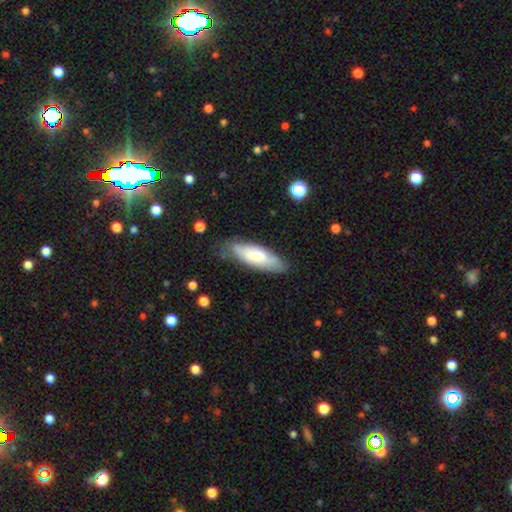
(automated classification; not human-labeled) Morphology: type=smooth (71%); roundness=in between (58%); merging=none (69%).